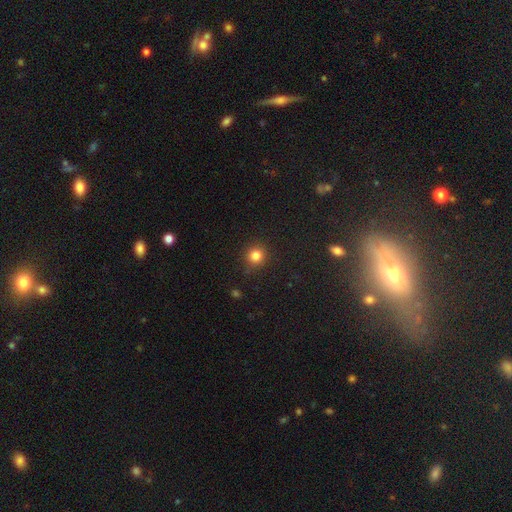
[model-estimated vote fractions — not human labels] smooth-or-featured: smooth: 83% | star or artifact: 12% | featured or disk: 5%
  how-rounded: round: 92% | in between: 7% | cigar-shaped: 1%
  merging: none: 89% | minor disturbance: 8% | major disturbance: 2% | merger: 1%